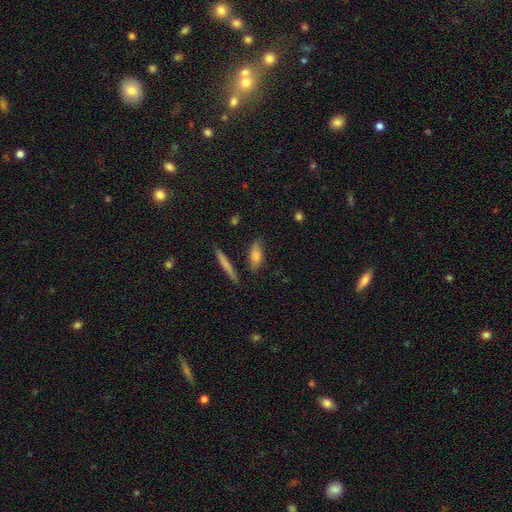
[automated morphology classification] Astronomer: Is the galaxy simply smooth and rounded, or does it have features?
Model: smooth — 68%.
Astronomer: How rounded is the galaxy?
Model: in between — 53% (runner-up: cigar-shaped, 44%).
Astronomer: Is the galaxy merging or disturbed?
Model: none — 71%.